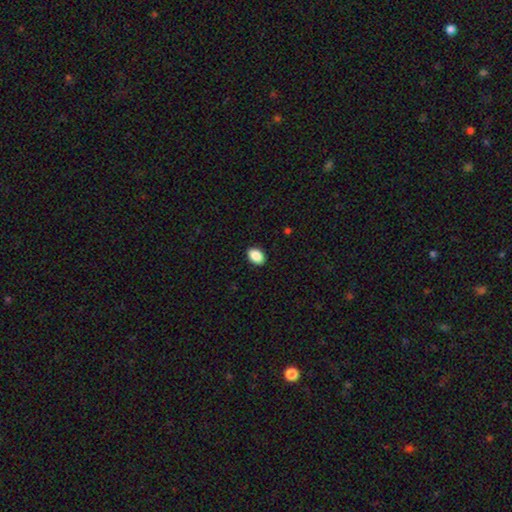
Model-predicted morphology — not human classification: Smooth or featured? Predicted: smooth (p=0.89). How rounded? Predicted: in between (p=0.86). Merging? Predicted: none (p=0.90).